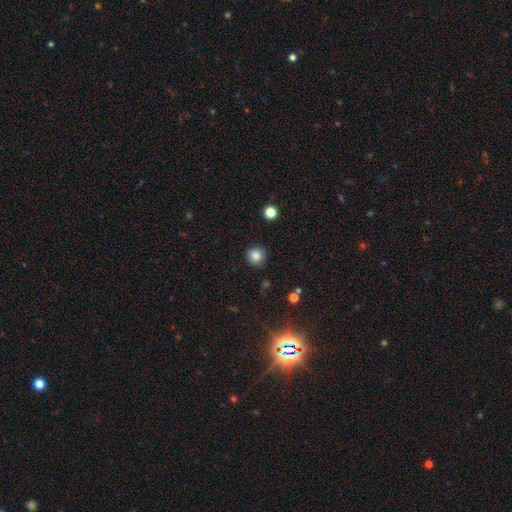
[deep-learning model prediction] A smooth galaxy with no disk features (83%) that is round (93%). Merging: none (90%).